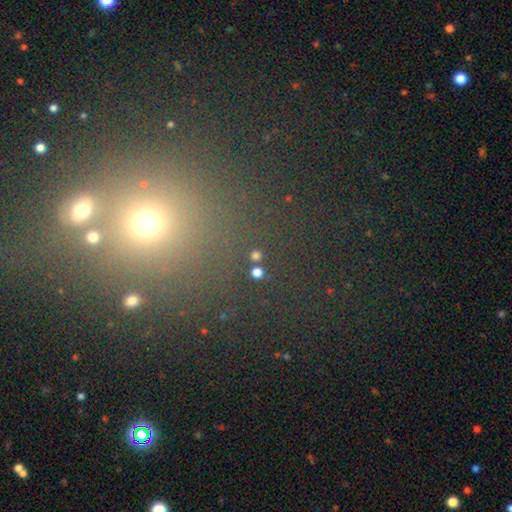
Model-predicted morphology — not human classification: Smooth or featured: star or artifact — 46% (tied with smooth — 46%)